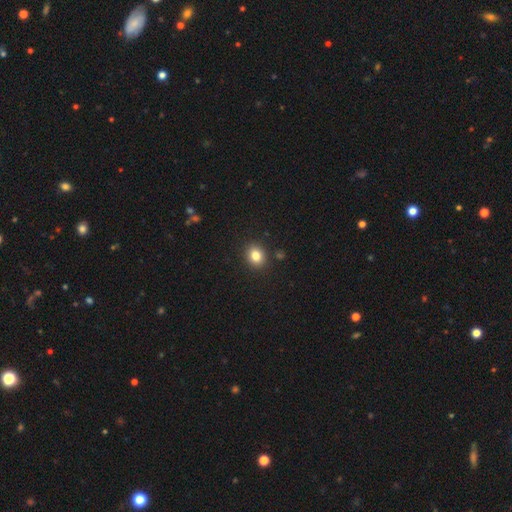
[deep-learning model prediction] This is clearly a smooth galaxy (82%). How rounded: likely round (65%). Merging: clearly none (89%).